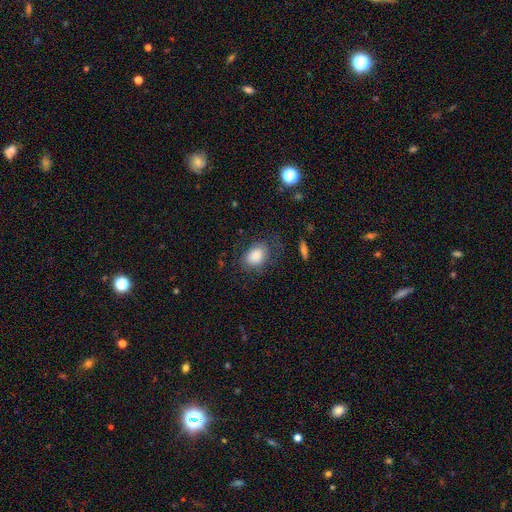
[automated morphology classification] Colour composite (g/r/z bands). It shows a smooth galaxy with no disk features (83%) that is in between round and cigar-shaped (71%). Merging: none (66%).